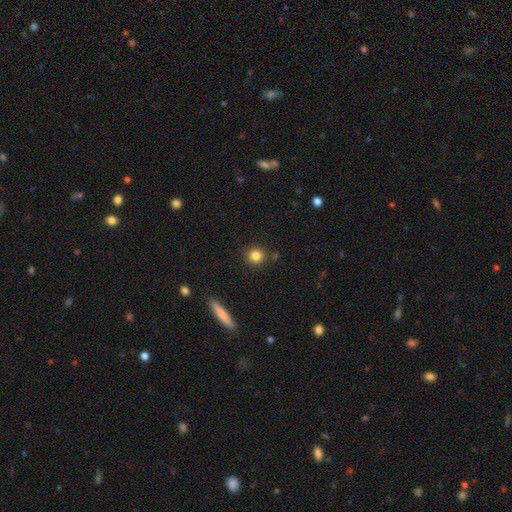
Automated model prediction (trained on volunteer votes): The model was most divided on "smooth or featured": smooth: 83%, star or artifact: 11%, featured or disk: 6%. More confident: how rounded — round (93%); merging — none (88%).